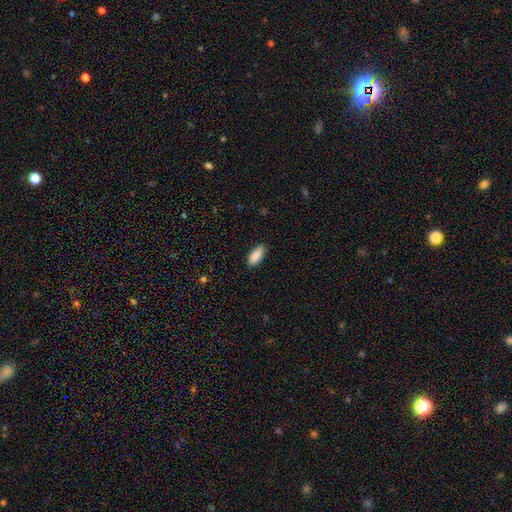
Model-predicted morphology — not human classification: Smooth or featured? smooth (90%)
How rounded? in between (81%)
Merging? none (87%)